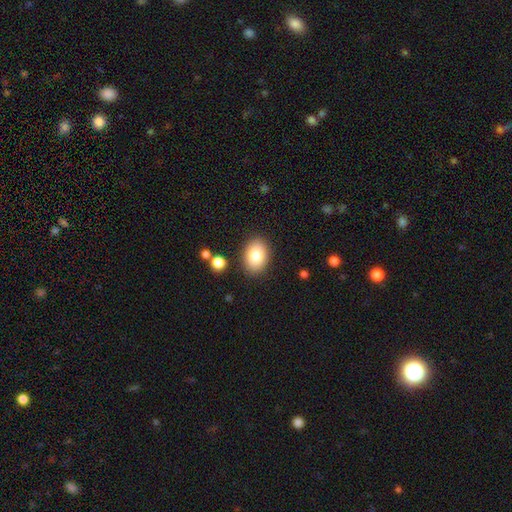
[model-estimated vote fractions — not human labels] Smooth or featured? smooth (82%)
How rounded? in between (78%)
Merging? none (86%)